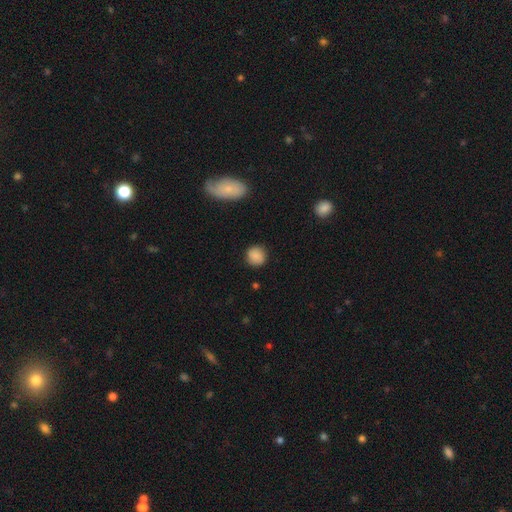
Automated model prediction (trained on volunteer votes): This is clearly a smooth galaxy (86%). How rounded: clearly round (91%). Merging: clearly none (88%).